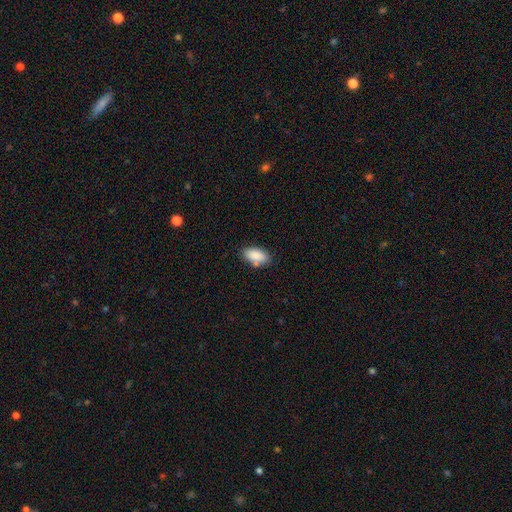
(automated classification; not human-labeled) Smooth or featured?
  - smooth: 87% *
  - star or artifact: 7%
  - featured or disk: 6%
How rounded?
  - in between: 91% *
  - cigar-shaped: 5%
  - round: 3%
Merging?
  - none: 73% *
  - minor disturbance: 17%
  - merger: 7%
  - major disturbance: 3%